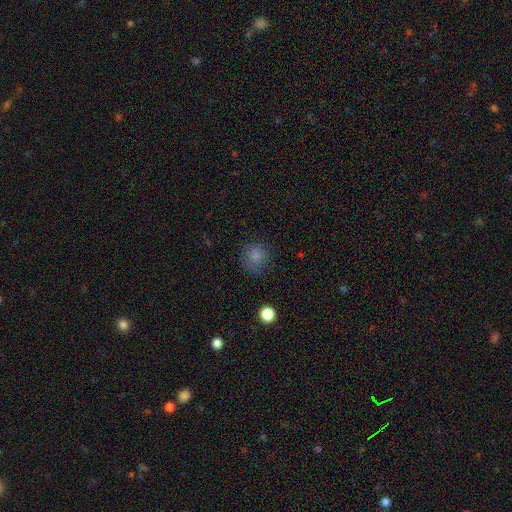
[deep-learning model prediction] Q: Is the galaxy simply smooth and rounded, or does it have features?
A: smooth — 83%.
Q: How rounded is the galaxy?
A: round — 90%.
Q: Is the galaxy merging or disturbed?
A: none — 78%.